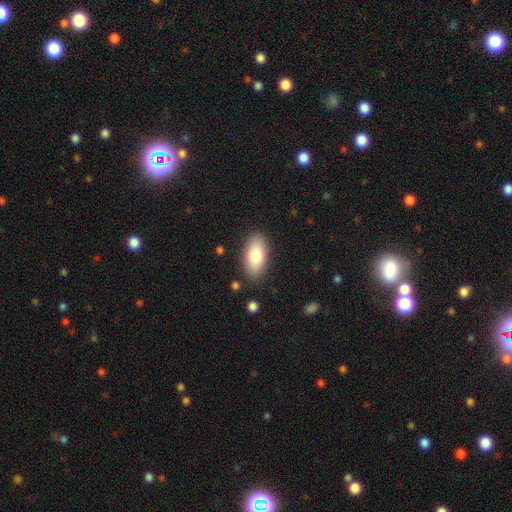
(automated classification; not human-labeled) Smooth or featured? Predicted: smooth (p=0.79). How rounded? Predicted: in between (p=0.92). Merging? Predicted: none (p=0.86).